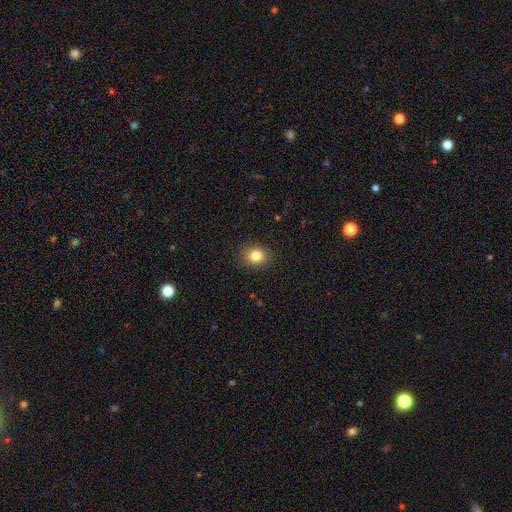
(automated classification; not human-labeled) smooth-or-featured: smooth: 82% | star or artifact: 11% | featured or disk: 7%
  how-rounded: round: 65% | in between: 35% | cigar-shaped: 1%
  merging: none: 89% | minor disturbance: 8% | major disturbance: 2% | merger: 1%